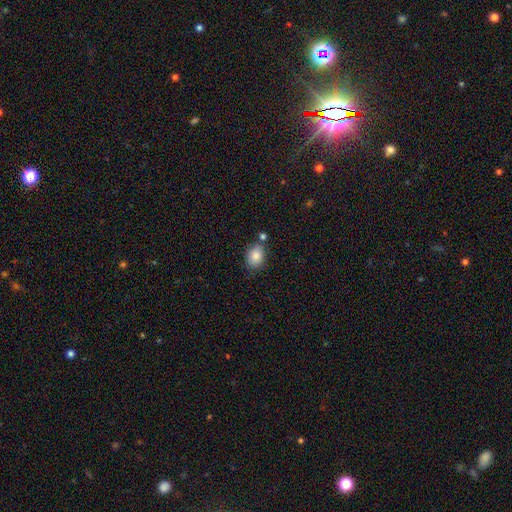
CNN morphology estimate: smooth_or_featured: smooth (p=0.84) [alt: star or artifact p=0.08]
how_rounded: in between (p=0.70) [alt: round p=0.29]
merging: none (p=0.70) [alt: minor disturbance p=0.15]